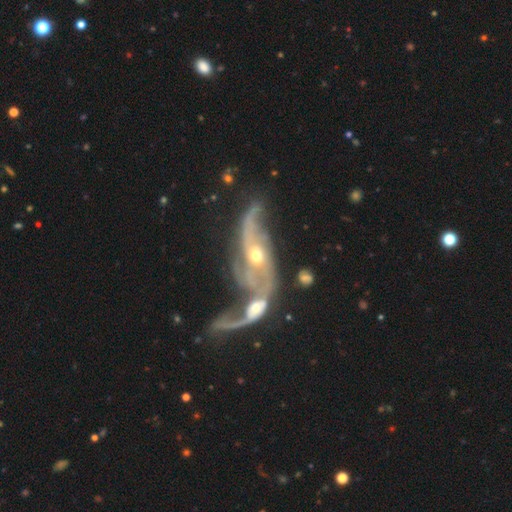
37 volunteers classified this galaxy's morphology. Smooth or featured? featured or disk (86%)
Edge-on disk? no (94%)
Bar? no (70%)
Spiral arms? yes (93%)
Spiral winding? loose (79%)
Spiral arm count? 2 (43%)
Bulge size? small (50%)
Merging? merger (78%)